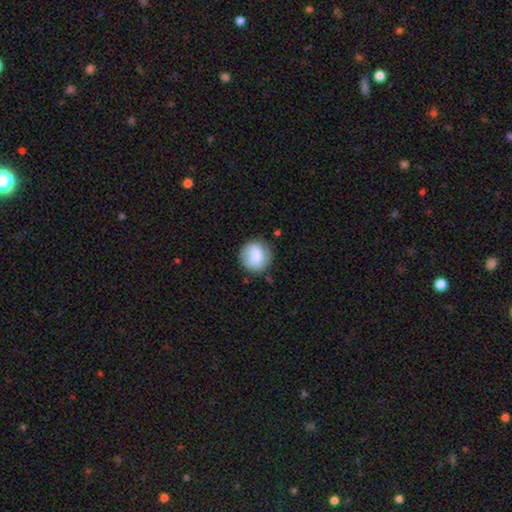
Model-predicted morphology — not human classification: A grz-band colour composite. It shows a smooth galaxy with no disk features (77%) that is round (87%). Merging: none (73%).